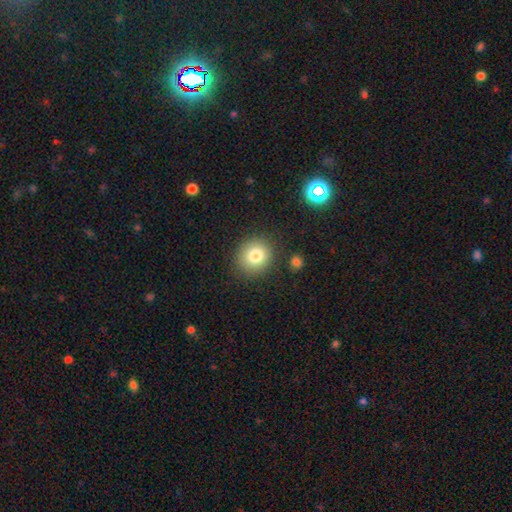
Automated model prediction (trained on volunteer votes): A smooth galaxy with no disk features (80%) that is round (82%). Merging: none (86%).